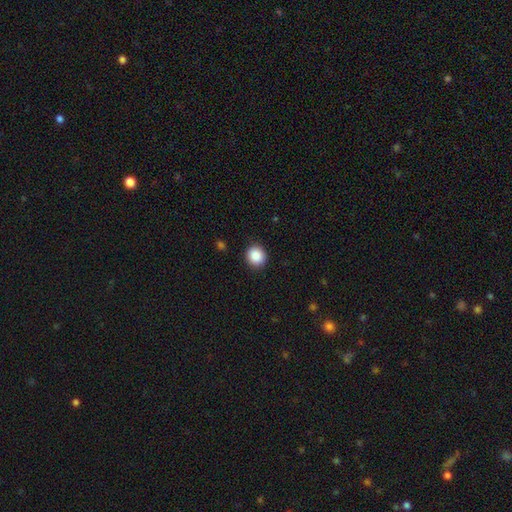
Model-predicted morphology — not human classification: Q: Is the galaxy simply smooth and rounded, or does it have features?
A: smooth — 88%.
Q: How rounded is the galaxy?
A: round — 87%.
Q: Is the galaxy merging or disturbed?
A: none — 91%.